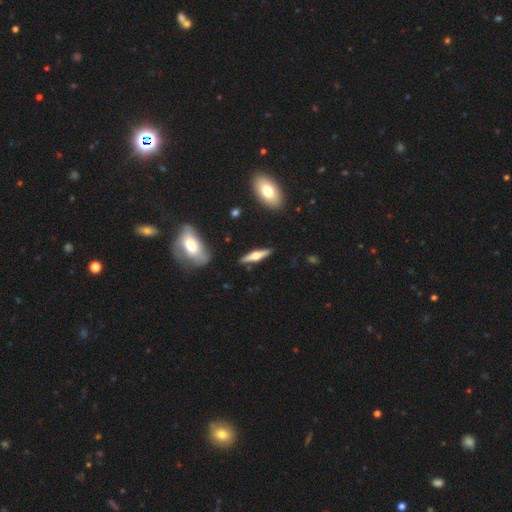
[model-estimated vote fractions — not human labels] A featured or disk galaxy (63%) viewed edge-on (96%) with a rounded central bulge (94%). Merging: none (89%).